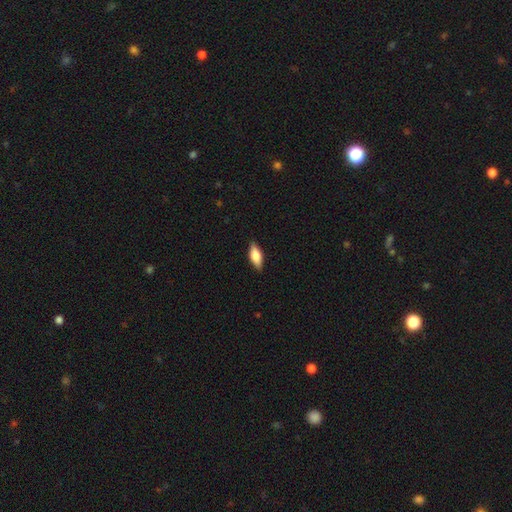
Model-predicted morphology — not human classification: Smooth or featured? Predicted: smooth (p=0.69). How rounded? Predicted: in between (p=0.73). Merging? Predicted: none (p=0.88).